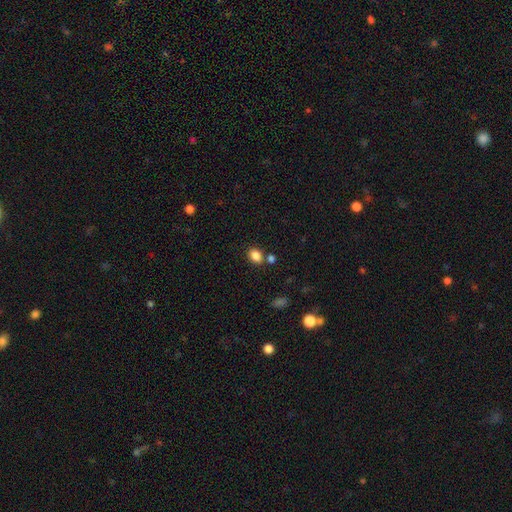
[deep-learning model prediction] Smooth or featured? smooth (85%)
How rounded? in between (63%)
Merging? none (73%)